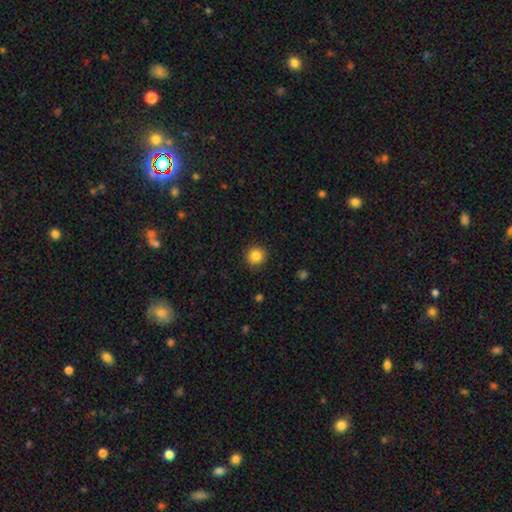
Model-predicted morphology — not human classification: Smooth or featured?
  - smooth: 85% *
  - star or artifact: 10%
  - featured or disk: 4%
How rounded?
  - round: 93% *
  - in between: 6%
  - cigar-shaped: 1%
Merging?
  - none: 91% *
  - minor disturbance: 6%
  - major disturbance: 2%
  - merger: 1%